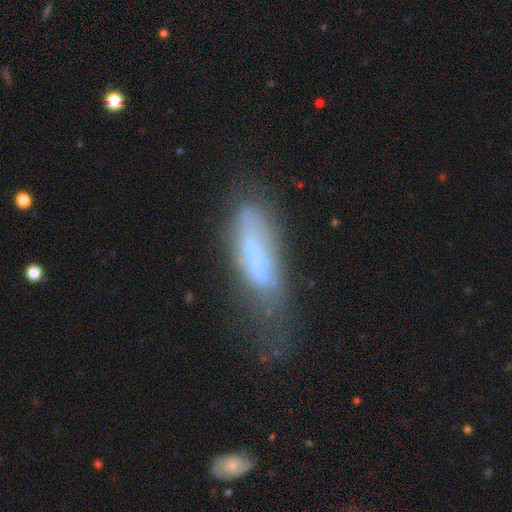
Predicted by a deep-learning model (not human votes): Morphology: type=featured or disk (46%); merging=major disturbance (31%).